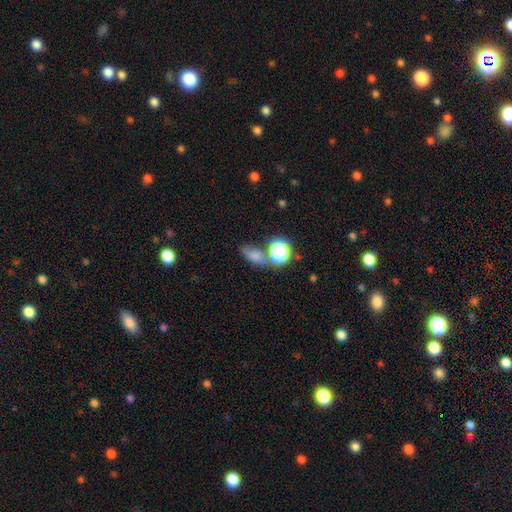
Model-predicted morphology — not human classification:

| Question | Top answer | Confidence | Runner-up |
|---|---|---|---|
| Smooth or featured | smooth | 68% | star or artifact (20%) |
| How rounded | in between | 65% | round (29%) |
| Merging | none | 56% | merger (18%) |